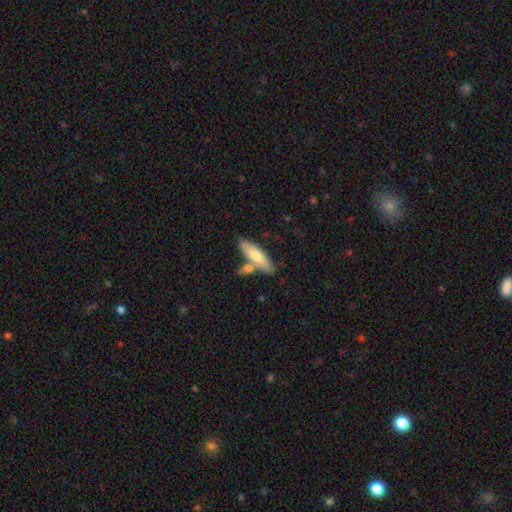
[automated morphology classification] type=smooth (66%); roundness=cigar-shaped (56%); merging=none (62%).